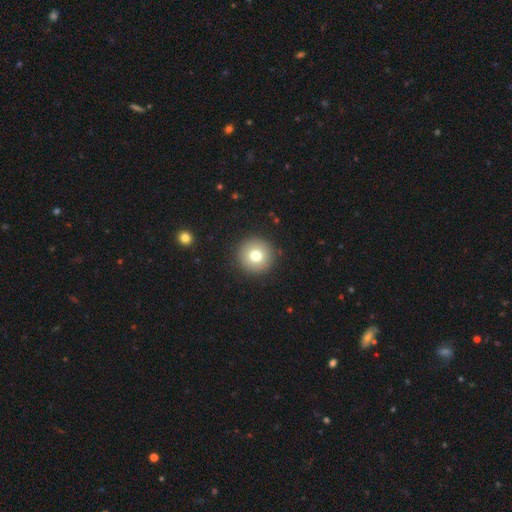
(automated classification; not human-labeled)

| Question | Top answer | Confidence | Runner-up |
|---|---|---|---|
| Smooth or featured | smooth | 76% | featured or disk (13%) |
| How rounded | round | 96% | in between (3%) |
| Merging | none | 93% | minor disturbance (5%) |